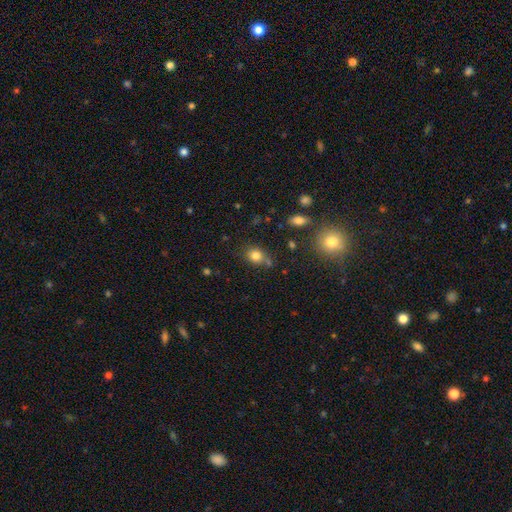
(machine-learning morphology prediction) Smooth or featured?
  - smooth: 80% *
  - star or artifact: 12%
  - featured or disk: 8%
How rounded?
  - round: 58% *
  - in between: 40%
  - cigar-shaped: 1%
Merging?
  - none: 63% *
  - minor disturbance: 19%
  - merger: 12%
  - major disturbance: 6%